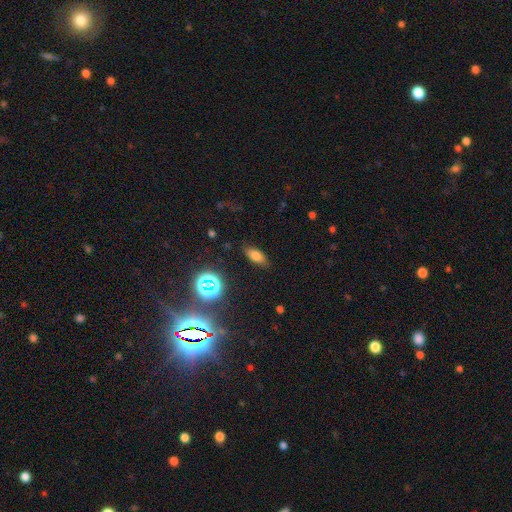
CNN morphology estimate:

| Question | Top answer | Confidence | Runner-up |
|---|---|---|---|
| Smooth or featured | smooth | 70% | star or artifact (18%) |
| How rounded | in between | 83% | cigar-shaped (11%) |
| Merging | none | 84% | minor disturbance (11%) |